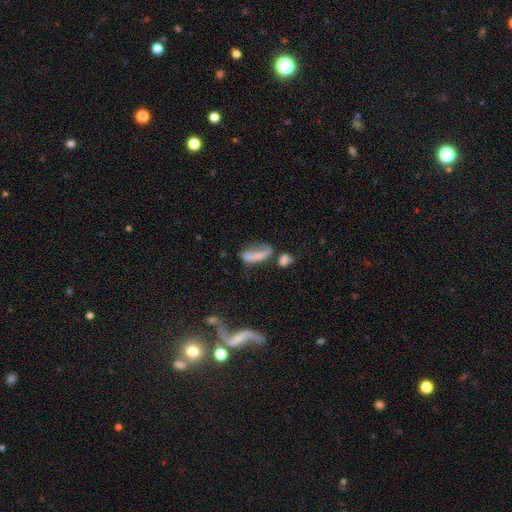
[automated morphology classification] smooth 58%, featured or disk 30%, star or artifact 12%. Down the decision tree: how rounded — in between (69%); merging — major disturbance (32%).